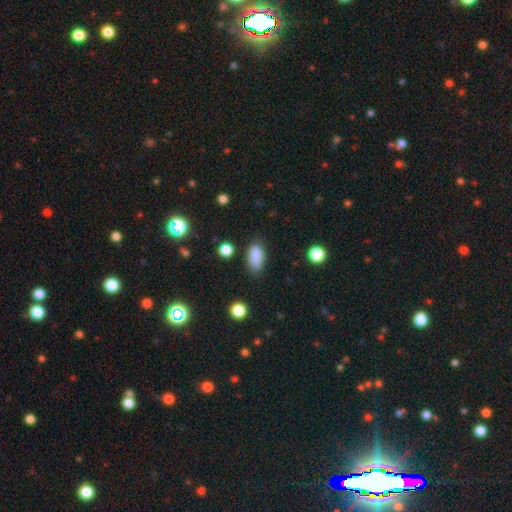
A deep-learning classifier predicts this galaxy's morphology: A smooth galaxy with no disk features (87%) that is in between round and cigar-shaped (90%).

Vote fractions:
- Smooth or featured? smooth: 87% / star or artifact: 9% / featured or disk: 4%
- How rounded? in between: 90% / round: 5% / cigar-shaped: 5%
- Merging? none: 77% / minor disturbance: 16% / major disturbance: 4% / merger: 2%